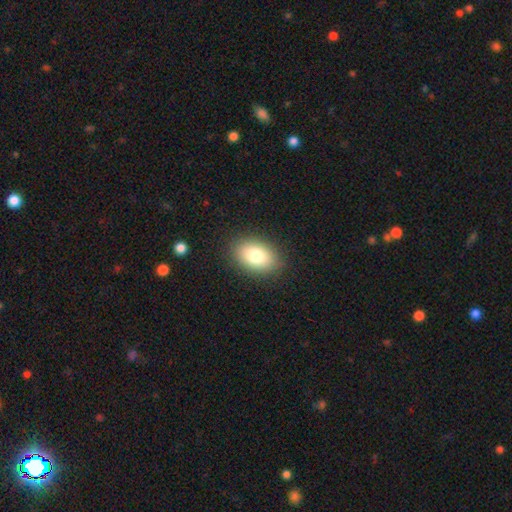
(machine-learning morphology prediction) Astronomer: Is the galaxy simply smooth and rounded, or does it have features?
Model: smooth — 80%.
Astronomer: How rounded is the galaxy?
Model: in between — 82%.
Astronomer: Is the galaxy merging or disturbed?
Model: none — 87%.